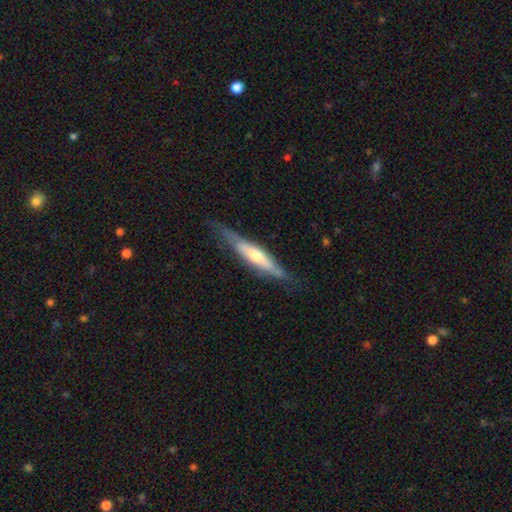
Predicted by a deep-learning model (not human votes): Morphology: type=featured or disk (62%); edge-on=yes (80%); merging=none (68%).